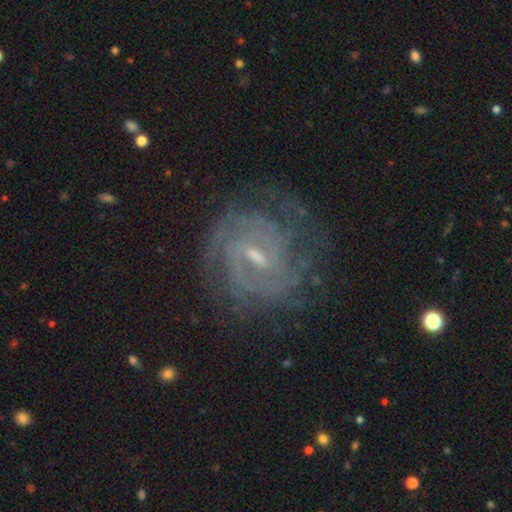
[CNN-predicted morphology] Q: Smooth or featured?
A: featured or disk (88%); runner-up: star or artifact (7%)
Q: Edge-on disk?
A: no (97%); runner-up: yes (3%)
Q: Bar?
A: weak (56%); runner-up: strong (30%)
Q: Spiral arms?
A: yes (97%); runner-up: no (3%)
Q: Spiral winding?
A: tight (68%); runner-up: medium (27%)
Q: Spiral arm count?
A: 2 (34%); runner-up: can't tell (24%)
Q: Bulge size?
A: small (64%); runner-up: moderate (29%)
Q: Merging?
A: none (77%); runner-up: minor disturbance (15%)